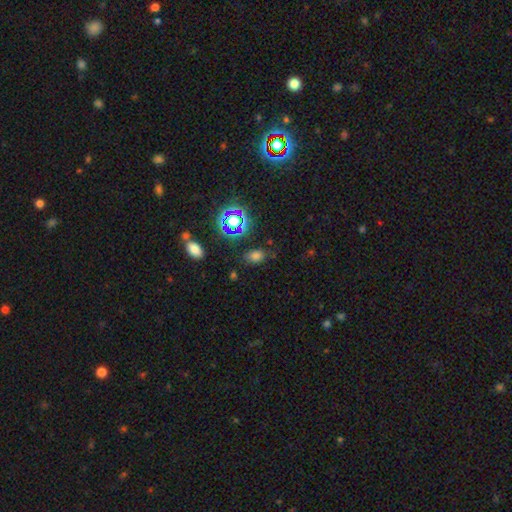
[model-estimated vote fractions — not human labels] Morphology: type=smooth (65%); roundness=in between (79%); merging=none (77%).